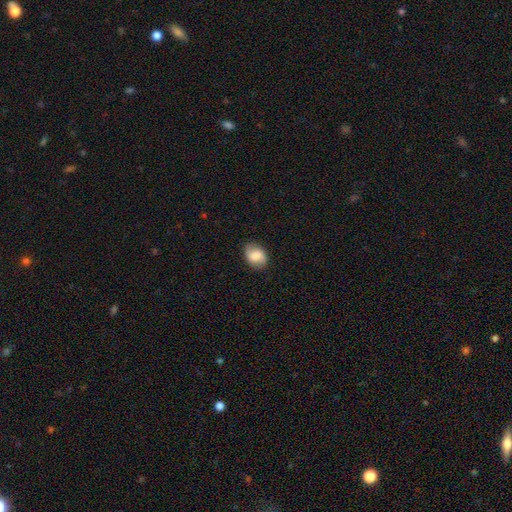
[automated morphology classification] smooth-or-featured: smooth: 68% | featured or disk: 23% | star or artifact: 9%
  how-rounded: in between: 70% | round: 28% | cigar-shaped: 1%
  merging: none: 83% | minor disturbance: 13% | major disturbance: 3% | merger: 1%